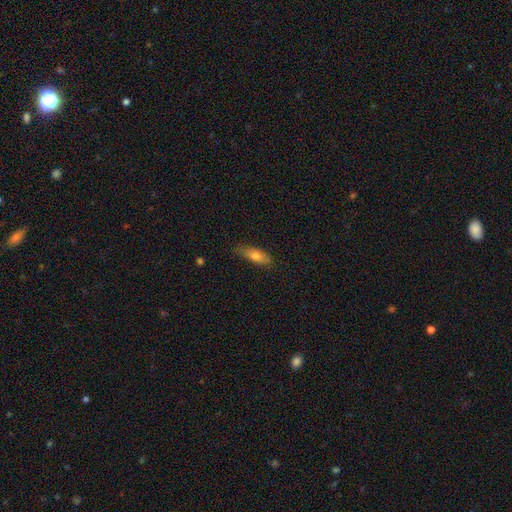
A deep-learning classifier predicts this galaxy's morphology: Smooth or featured: smooth — 73% (featured or disk — 20%)
How rounded: in between — 65% (cigar-shaped — 32%)
Merging: none — 75% (minor disturbance — 20%)